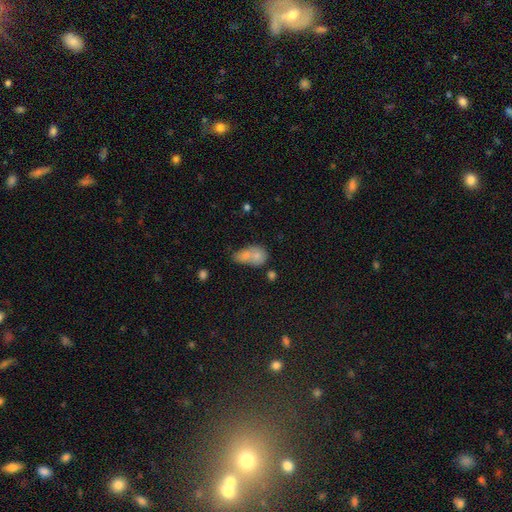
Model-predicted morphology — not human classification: This is likely a smooth galaxy (75%). How rounded: likely in between (66%). Merging: likely merger (61%).